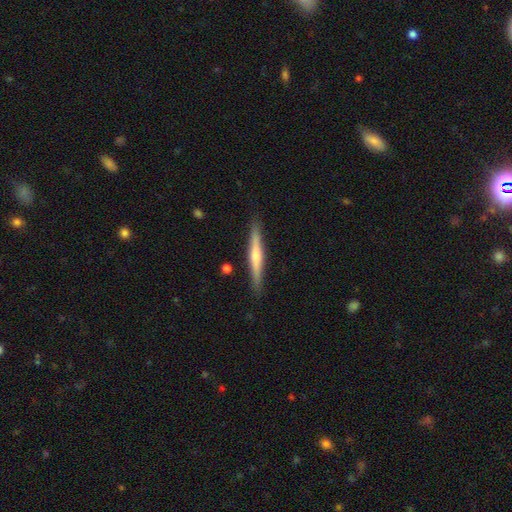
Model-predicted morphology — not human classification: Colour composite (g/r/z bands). It shows a featured or disk galaxy (64%) viewed edge-on (97%) with a rounded central bulge (72%). Merging: none (90%).